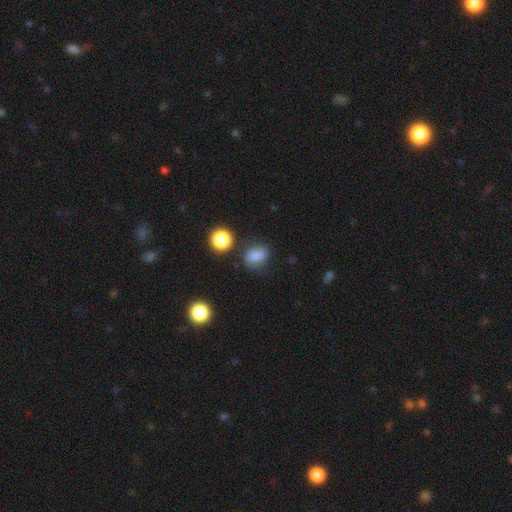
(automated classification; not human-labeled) Morphology: type=smooth (79%); roundness=in between (67%); merging=none (69%).